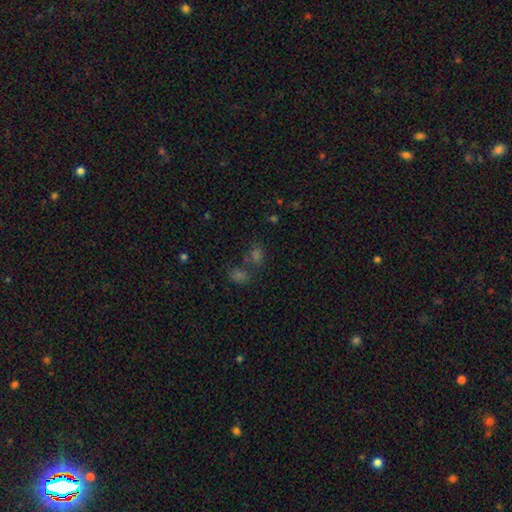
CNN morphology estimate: smooth 47%, star or artifact 42%, featured or disk 11%. Down the decision tree: merging — none (53%).